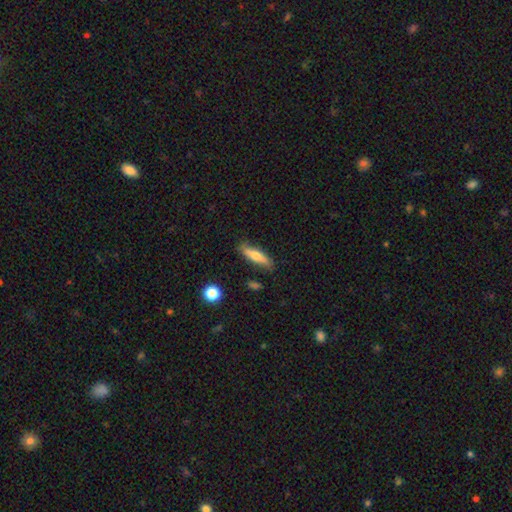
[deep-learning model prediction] Smooth or featured? Predicted: smooth (p=0.60). How rounded? Predicted: cigar-shaped (p=0.67). Merging? Predicted: none (p=0.81).